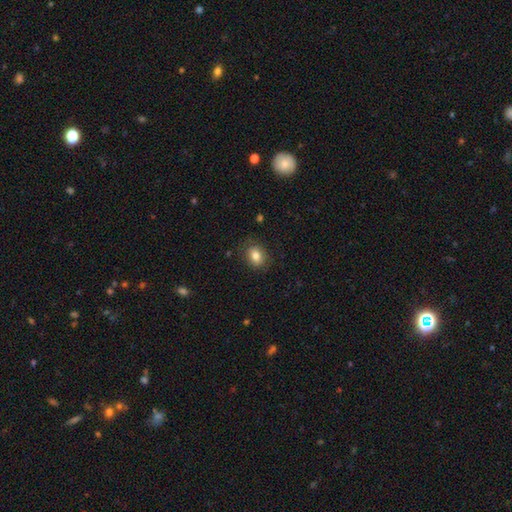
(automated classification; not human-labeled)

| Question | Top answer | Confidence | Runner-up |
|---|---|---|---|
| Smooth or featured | smooth | 79% | featured or disk (11%) |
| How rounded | in between | 58% | round (41%) |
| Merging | none | 80% | minor disturbance (15%) |